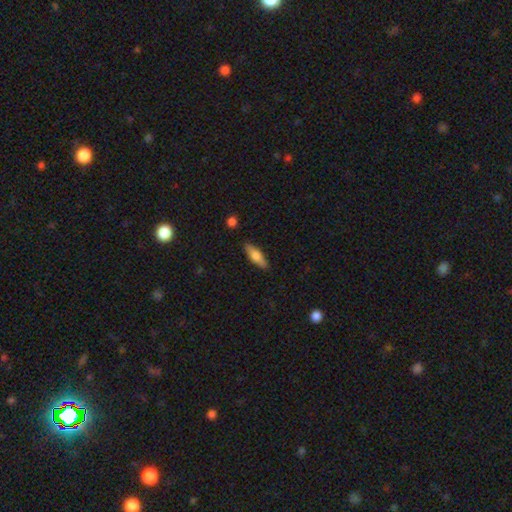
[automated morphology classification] Smooth or featured: smooth — 65% (featured or disk — 29%)
How rounded: cigar-shaped — 51% (in between — 47%)
Merging: none — 88% (minor disturbance — 9%)